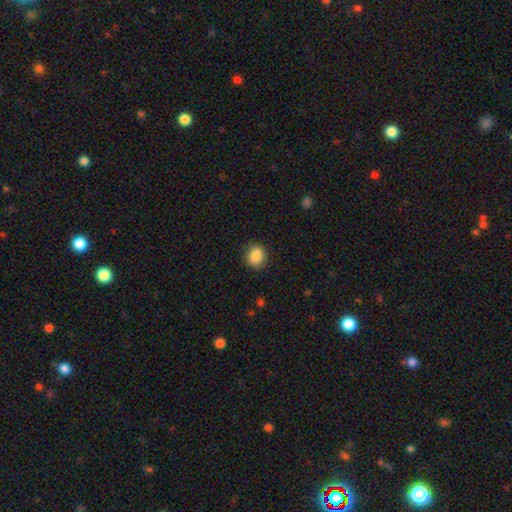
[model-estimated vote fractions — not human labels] smooth-or-featured: smooth: 87% | star or artifact: 9% | featured or disk: 4%
  how-rounded: round: 71% | in between: 28% | cigar-shaped: 1%
  merging: none: 88% | minor disturbance: 8% | major disturbance: 2% | merger: 1%